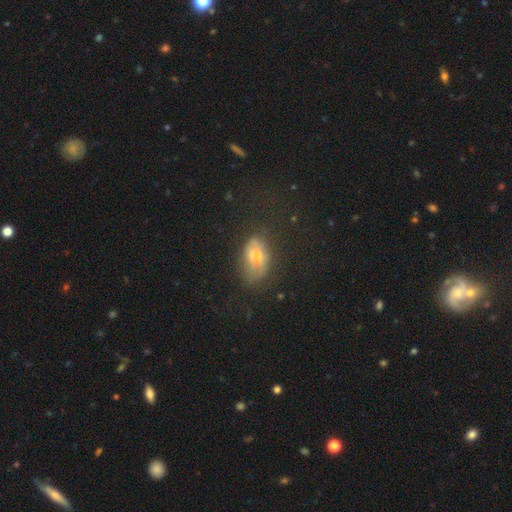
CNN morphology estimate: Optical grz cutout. It shows a smooth galaxy with no disk features (53%) that is in between round and cigar-shaped (88%). Merging: none (51%).